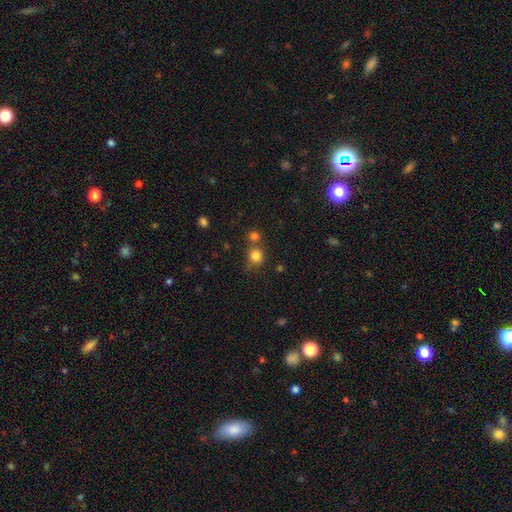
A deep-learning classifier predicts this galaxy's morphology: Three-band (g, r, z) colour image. It shows a smooth galaxy with no disk features (81%) that is round (87%). Merging: none (61%).